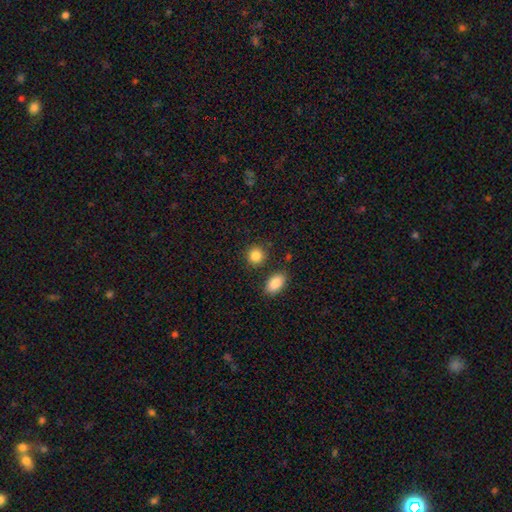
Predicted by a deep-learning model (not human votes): Morphology: type=smooth (86%); roundness=round (83%); merging=none (83%).